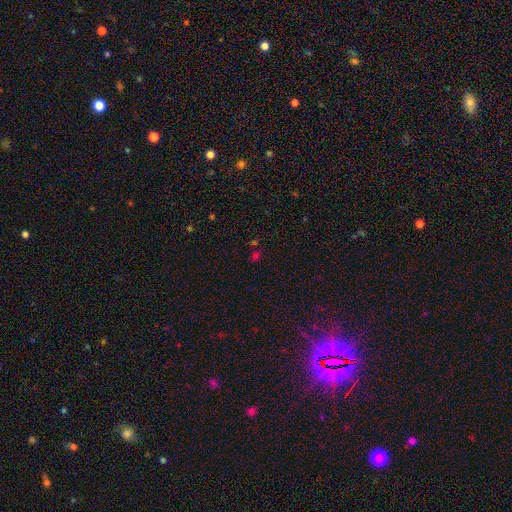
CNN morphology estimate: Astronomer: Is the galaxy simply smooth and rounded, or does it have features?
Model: star or artifact — 46%, tied with smooth at 46%.